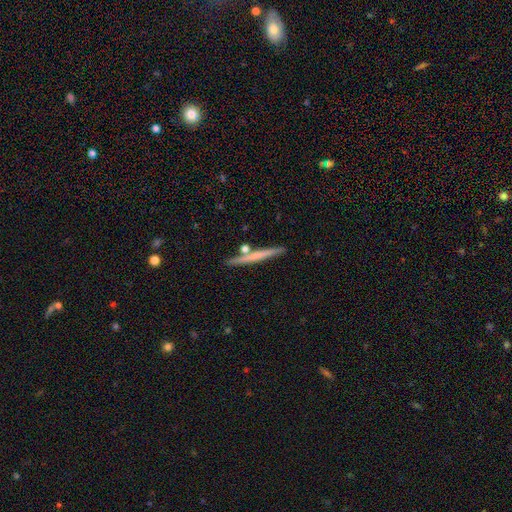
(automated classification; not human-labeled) Smooth or featured?
  - smooth: 48% *
  - featured or disk: 47%
  - star or artifact: 6%
Merging?
  - none: 82% *
  - minor disturbance: 9%
  - merger: 8%
  - major disturbance: 2%